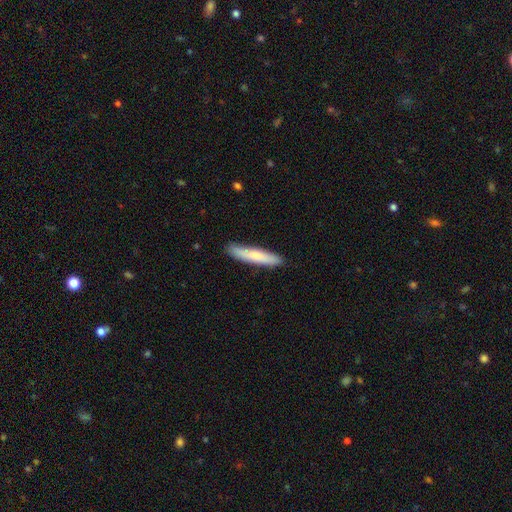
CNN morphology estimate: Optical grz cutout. It shows a smooth galaxy with no disk features (72%) that is cigar-shaped (89%). Merging: none (86%).